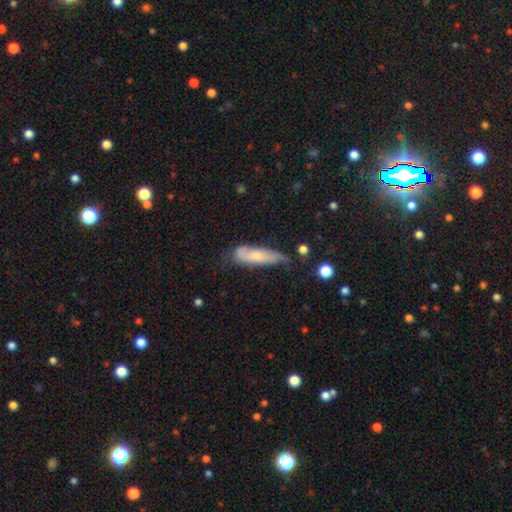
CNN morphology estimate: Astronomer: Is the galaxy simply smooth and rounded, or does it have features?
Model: smooth — 59% (runner-up: featured or disk, 34%).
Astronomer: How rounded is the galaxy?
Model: cigar-shaped — 58% (runner-up: in between, 40%).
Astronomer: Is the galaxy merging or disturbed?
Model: none — 46% (runner-up: minor disturbance, 37%).